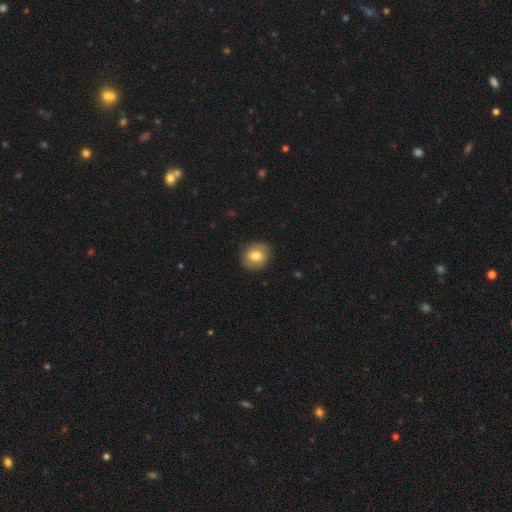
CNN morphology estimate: Smooth or featured? smooth (75%)
How rounded? round (63%)
Merging? none (86%)